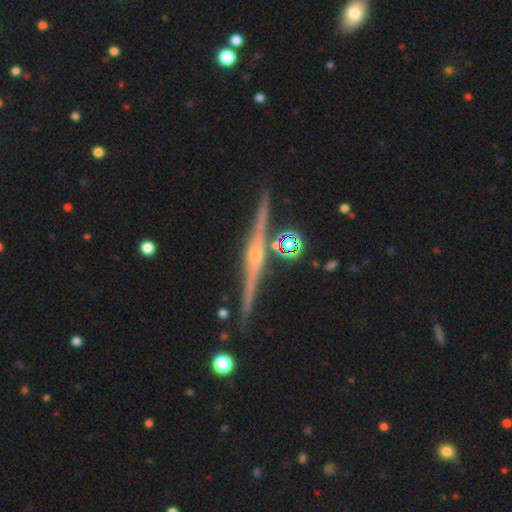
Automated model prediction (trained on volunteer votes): smooth_or_featured: featured or disk (p=0.87) [alt: smooth p=0.07]
disk_edge_on: yes (p=0.98) [alt: no p=0.02]
edge_on_bulge: rounded (p=0.82) [alt: none p=0.10]
merging: none (p=0.89) [alt: minor disturbance p=0.06]